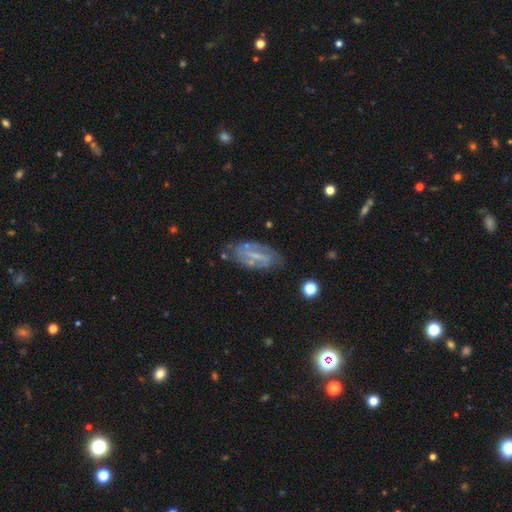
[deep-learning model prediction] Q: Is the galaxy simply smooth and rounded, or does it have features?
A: featured or disk — 73%.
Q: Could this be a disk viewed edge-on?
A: no — 91%.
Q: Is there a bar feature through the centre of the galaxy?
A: strong — 42%.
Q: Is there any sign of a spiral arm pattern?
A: yes — 80%.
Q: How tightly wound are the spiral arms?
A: tight — 41%.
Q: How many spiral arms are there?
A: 2 — 64%.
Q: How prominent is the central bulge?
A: small — 42%.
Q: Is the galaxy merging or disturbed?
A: none — 69%.